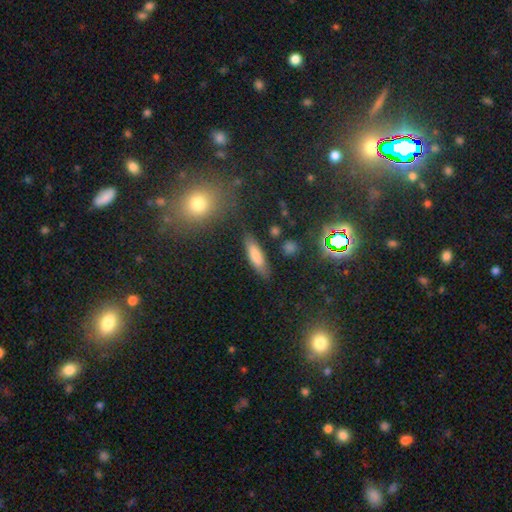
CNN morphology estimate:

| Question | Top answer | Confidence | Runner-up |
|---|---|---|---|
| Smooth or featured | smooth | 80% | featured or disk (11%) |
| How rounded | cigar-shaped | 54% | in between (44%) |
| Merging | none | 82% | minor disturbance (12%) |